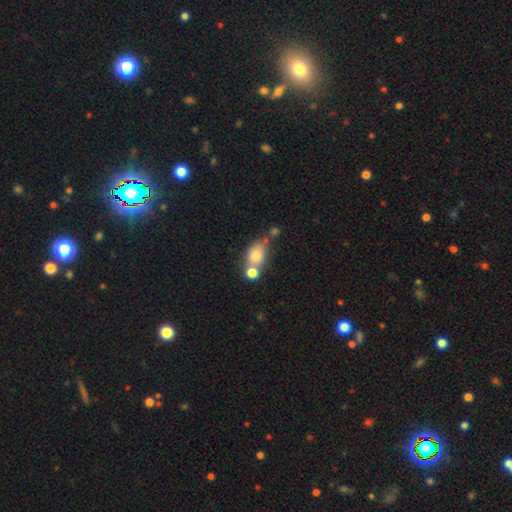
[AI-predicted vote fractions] The model was most divided on "merging": none: 47%, merger: 37%, minor disturbance: 12%, major disturbance: 5%. More confident: smooth or featured — smooth (76%); how rounded — in between (64%).